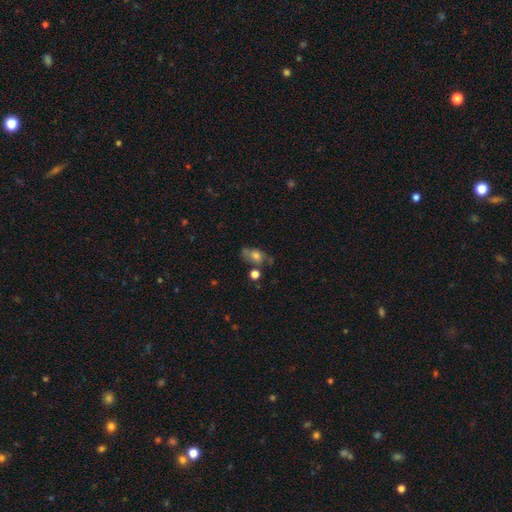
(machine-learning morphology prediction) Smooth or featured: smooth — 62% (featured or disk — 26%)
How rounded: in between — 77% (round — 19%)
Merging: none — 44% (minor disturbance — 25%)